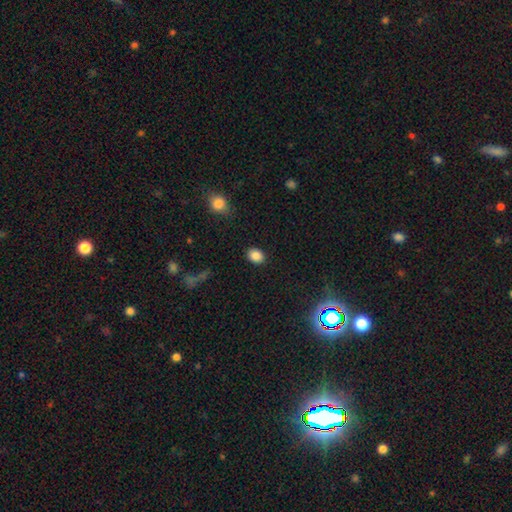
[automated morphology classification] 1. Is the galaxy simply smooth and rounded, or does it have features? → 86% smooth, 10% star or artifact, 4% featured or disk.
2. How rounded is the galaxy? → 62% in between, 37% round, 1% cigar-shaped.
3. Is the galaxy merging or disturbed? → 88% none, 8% minor disturbance, 3% major disturbance, 1% merger.